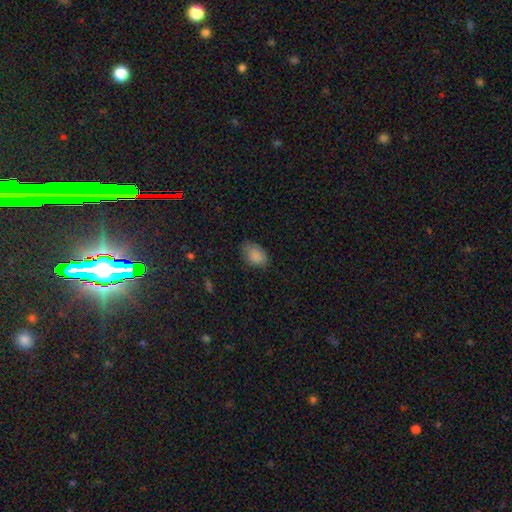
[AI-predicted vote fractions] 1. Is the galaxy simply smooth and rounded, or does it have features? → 87% smooth, 9% star or artifact, 5% featured or disk.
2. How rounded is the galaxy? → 86% in between, 12% round, 1% cigar-shaped.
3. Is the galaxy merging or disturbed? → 70% none, 24% minor disturbance, 5% major disturbance, 1% merger.